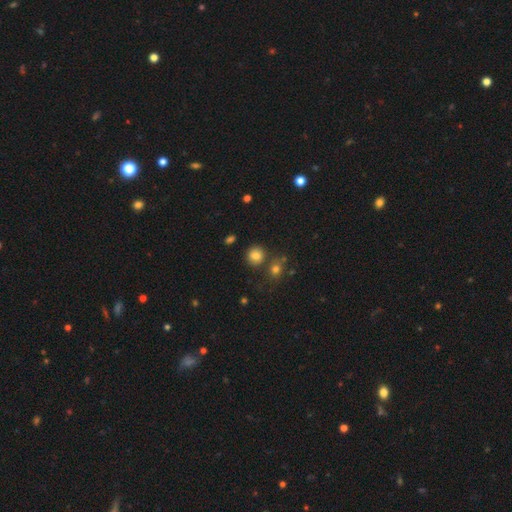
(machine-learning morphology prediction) Q: Smooth or featured?
A: smooth (81%); runner-up: star or artifact (13%)
Q: How rounded?
A: round (88%); runner-up: in between (11%)
Q: Merging?
A: none (78%); runner-up: minor disturbance (10%)